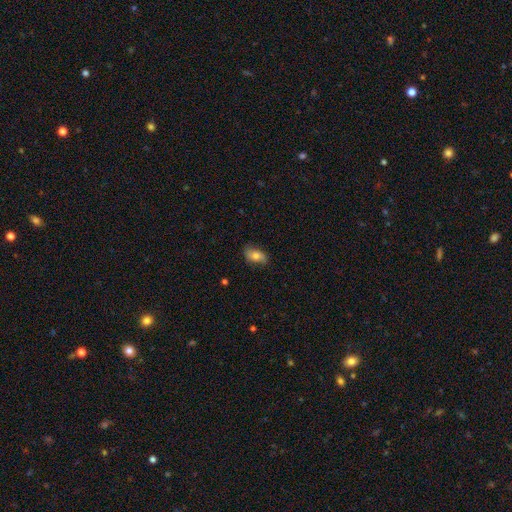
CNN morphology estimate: Overall: smooth (73%). How rounded: in between (89%). Merging: none (79%).